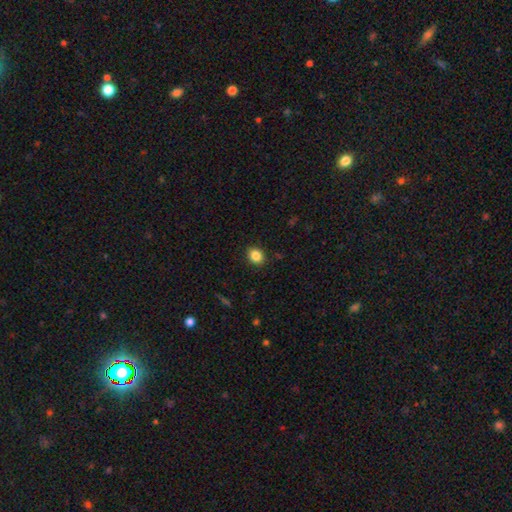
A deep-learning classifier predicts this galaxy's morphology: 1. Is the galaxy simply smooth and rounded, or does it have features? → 85% smooth, 10% star or artifact, 5% featured or disk.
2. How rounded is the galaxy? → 62% round, 37% in between, 1% cigar-shaped.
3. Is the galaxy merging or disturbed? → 90% none, 7% minor disturbance, 2% major disturbance, 1% merger.